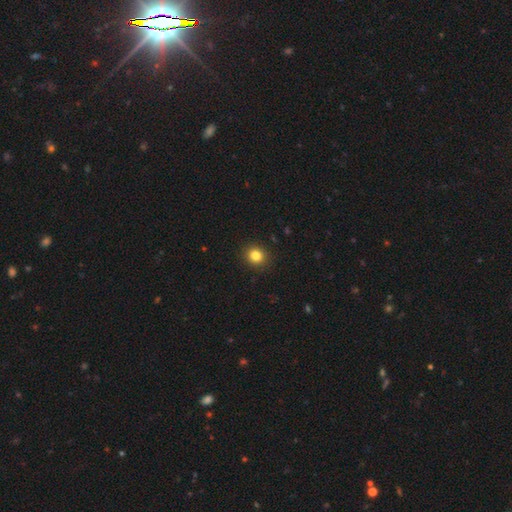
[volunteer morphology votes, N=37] A smooth galaxy with no disk features (92%) that is round (82%).

Vote fractions:
- Smooth or featured? smooth: 92% / star or artifact: 8% / featured or disk: 0%
- How rounded? round: 82% / in between: 18% / cigar-shaped: 0%
- Merging? none: 91% / minor disturbance: 9% / major disturbance: 0% / merger: 0%